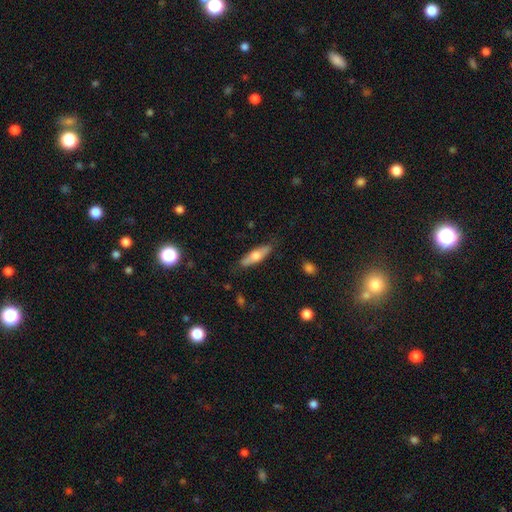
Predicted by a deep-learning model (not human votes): Smooth or featured: smooth — 56% (featured or disk — 38%)
How rounded: cigar-shaped — 62% (in between — 36%)
Merging: none — 82% (minor disturbance — 13%)